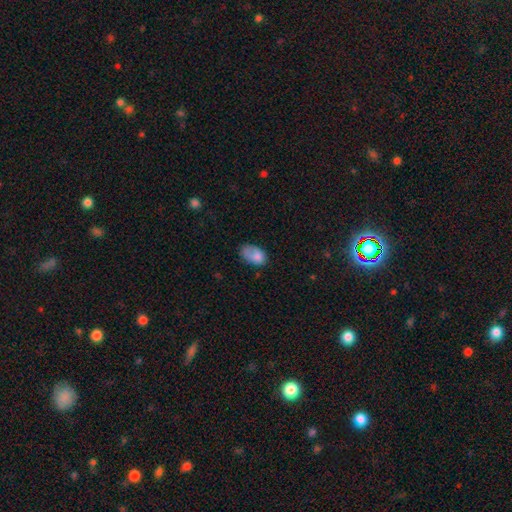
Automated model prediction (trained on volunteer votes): Smooth or featured: smooth — 77% (featured or disk — 15%)
How rounded: in between — 89% (round — 9%)
Merging: none — 44% (minor disturbance — 31%)